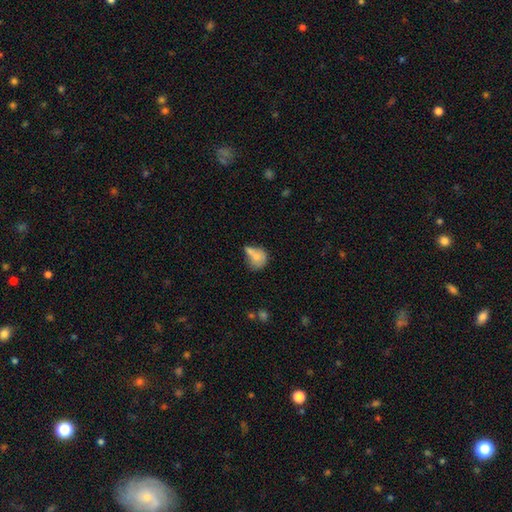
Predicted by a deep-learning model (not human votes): smooth 71%, featured or disk 20%, star or artifact 9%. Down the decision tree: how rounded — round (57%); merging — merger (39%).